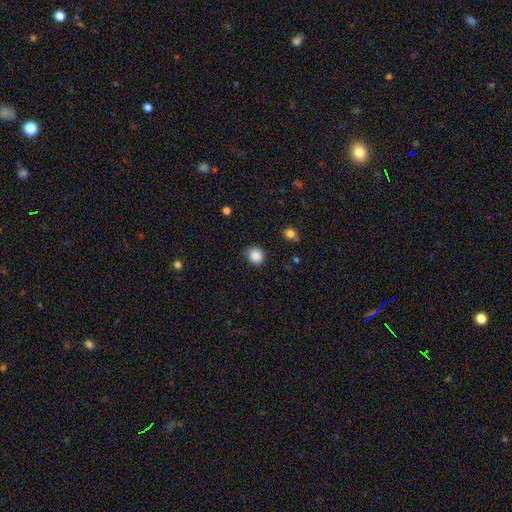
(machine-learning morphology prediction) Smooth or featured? Predicted: smooth (p=0.87). How rounded? Predicted: round (p=0.85). Merging? Predicted: none (p=0.81).